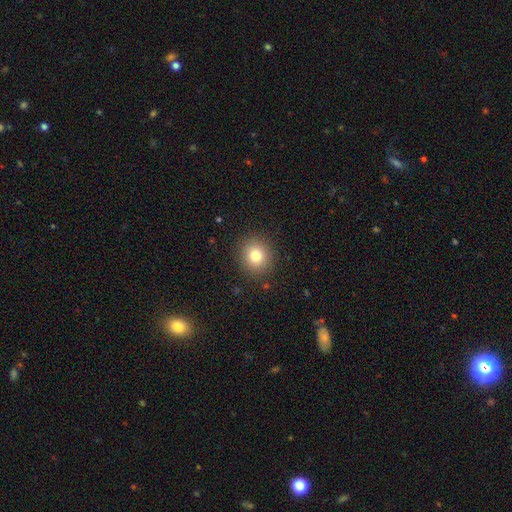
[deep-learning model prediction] Smooth or featured? smooth (79%)
How rounded? round (87%)
Merging? none (89%)